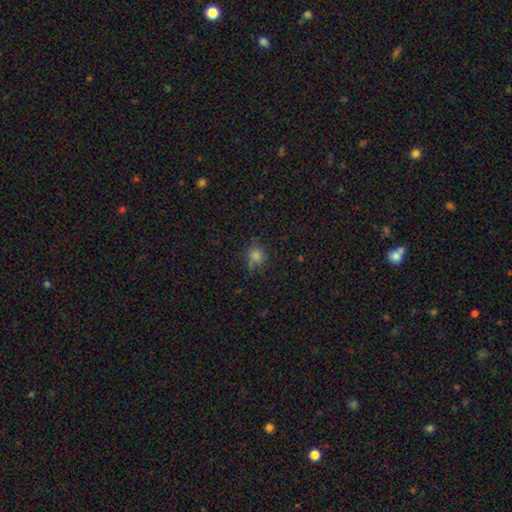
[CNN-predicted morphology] Smooth or featured? smooth (72%)
How rounded? round (71%)
Merging? none (61%)